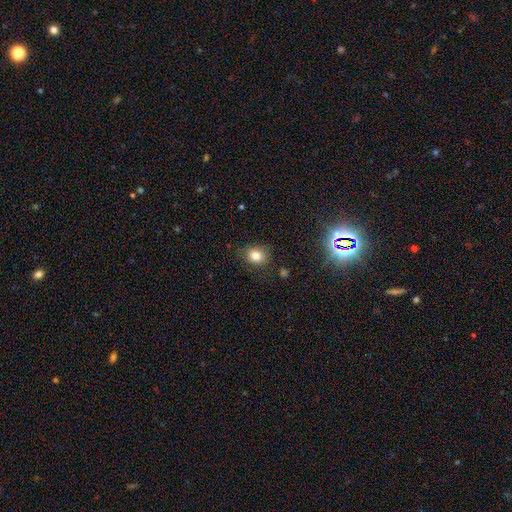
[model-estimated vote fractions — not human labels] Overall: smooth (81%). How rounded: round (58%; in between 41%). Merging: none (76%).